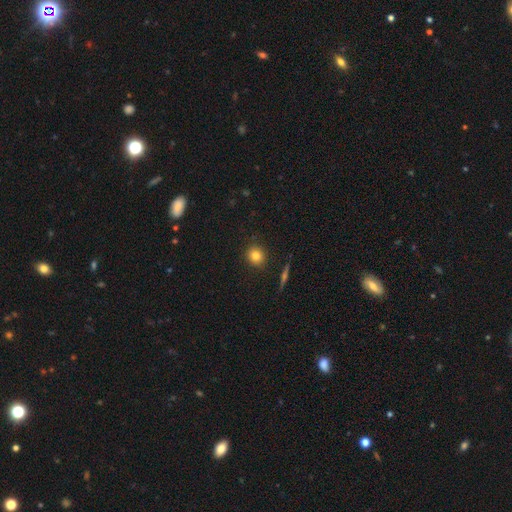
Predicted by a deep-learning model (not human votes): Smooth or featured? smooth (81%)
How rounded? round (85%)
Merging? none (90%)